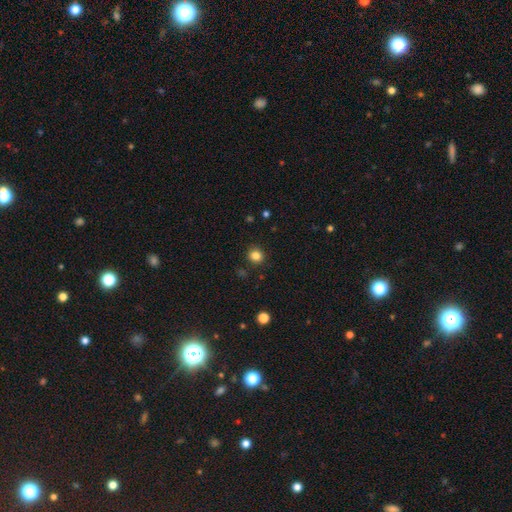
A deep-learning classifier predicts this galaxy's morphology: smooth_or_featured: smooth (p=0.83) [alt: star or artifact p=0.12]
how_rounded: round (p=0.87) [alt: in between p=0.12]
merging: none (p=0.89) [alt: minor disturbance p=0.07]